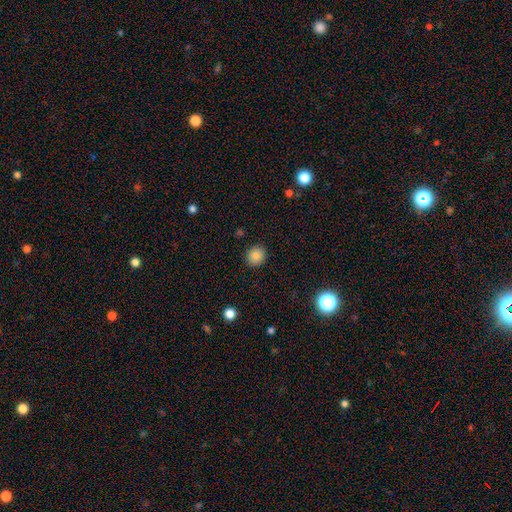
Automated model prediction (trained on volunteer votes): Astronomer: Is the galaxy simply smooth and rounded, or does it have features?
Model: smooth — 87%.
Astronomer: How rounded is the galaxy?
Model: round — 84%.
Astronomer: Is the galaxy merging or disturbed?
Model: none — 90%.